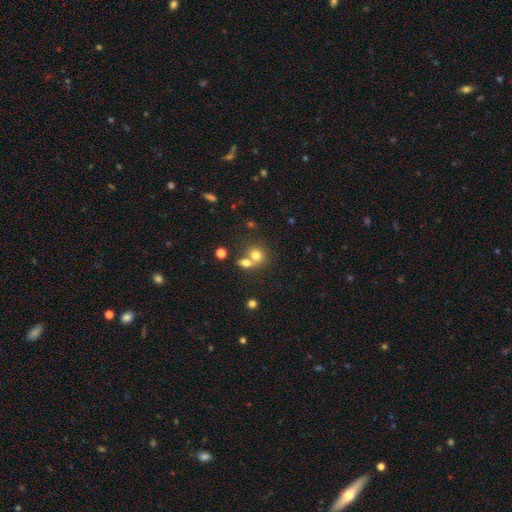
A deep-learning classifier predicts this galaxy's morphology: This appears to be a smooth galaxy with no disk features (75%) that is round (66%). Merging: merger (52%).